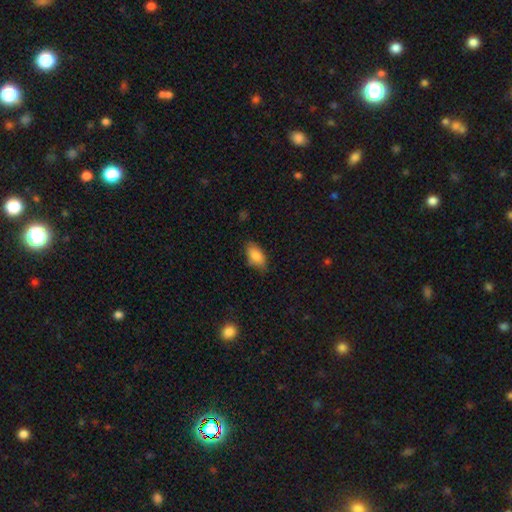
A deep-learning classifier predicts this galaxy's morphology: Smooth or featured: smooth — 82% (featured or disk — 11%)
How rounded: in between — 91% (cigar-shaped — 5%)
Merging: none — 72% (minor disturbance — 23%)